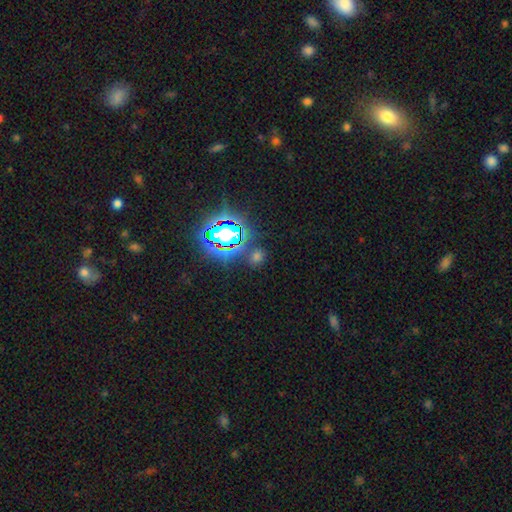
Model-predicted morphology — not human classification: A star or artifact, not a galaxy (51%).

Vote fractions:
- Smooth or featured? star or artifact: 51% / smooth: 41% / featured or disk: 8%